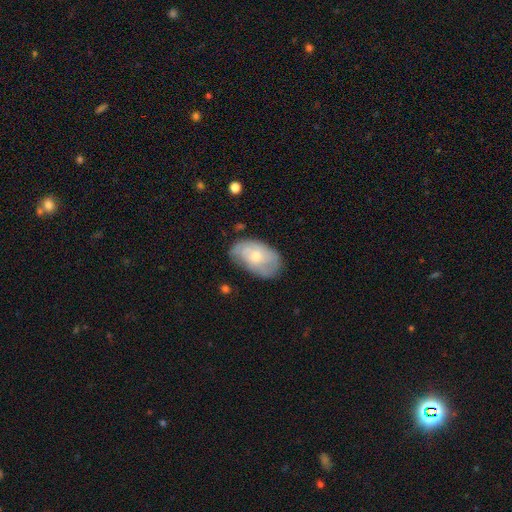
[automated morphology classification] This appears to be a featured or disk galaxy (48%). Merging: none (63%).